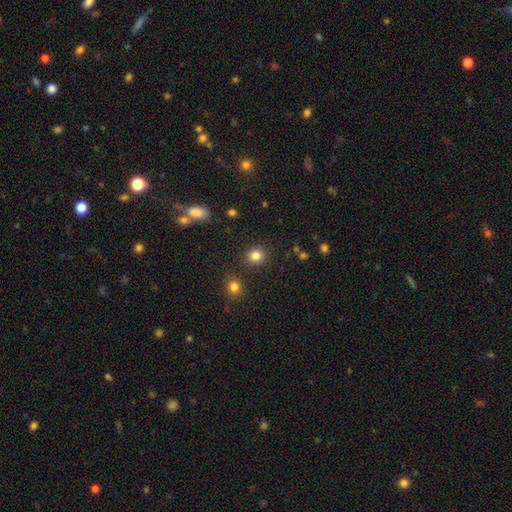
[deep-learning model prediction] smooth_or_featured: smooth (p=0.83) [alt: star or artifact p=0.12]
how_rounded: round (p=0.87) [alt: in between p=0.13]
merging: none (p=0.88) [alt: minor disturbance p=0.07]